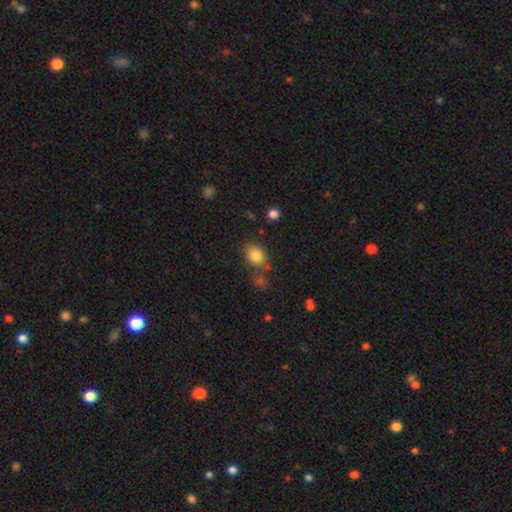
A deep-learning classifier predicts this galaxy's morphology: This is clearly a smooth galaxy (83%). How rounded: likely in between (62%). Merging: likely none (66%).